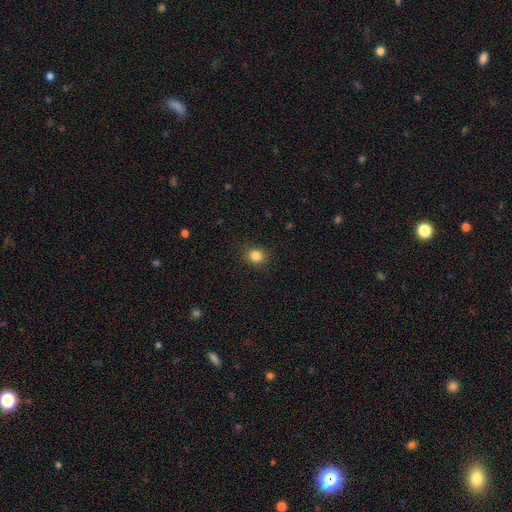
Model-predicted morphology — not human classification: A smooth galaxy with no disk features (84%) that is round (74%). Merging: none (89%).